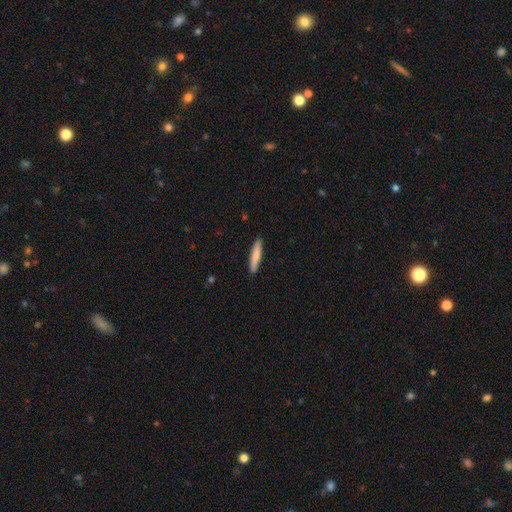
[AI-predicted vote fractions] Q: Smooth or featured?
A: smooth (79%); runner-up: featured or disk (16%)
Q: How rounded?
A: cigar-shaped (90%); runner-up: in between (8%)
Q: Merging?
A: none (90%); runner-up: minor disturbance (7%)